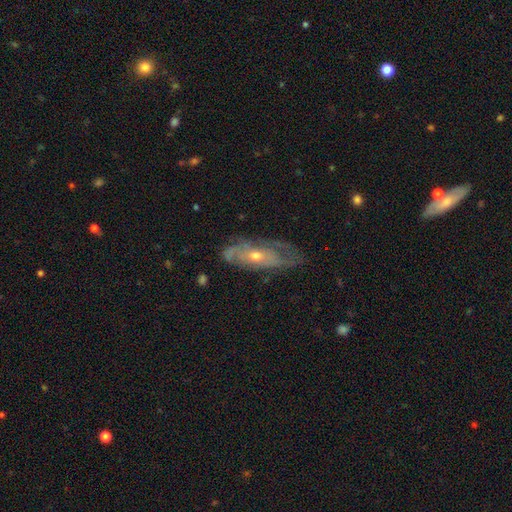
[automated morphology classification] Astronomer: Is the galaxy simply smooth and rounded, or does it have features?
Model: featured or disk — 70%.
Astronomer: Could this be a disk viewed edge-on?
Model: no — 80%.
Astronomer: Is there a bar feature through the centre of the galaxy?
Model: no — 78%.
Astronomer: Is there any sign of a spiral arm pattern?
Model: yes — 70%.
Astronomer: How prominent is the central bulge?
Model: moderate — 54% (runner-up: small, 42%).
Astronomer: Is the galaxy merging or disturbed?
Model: none — 60%.